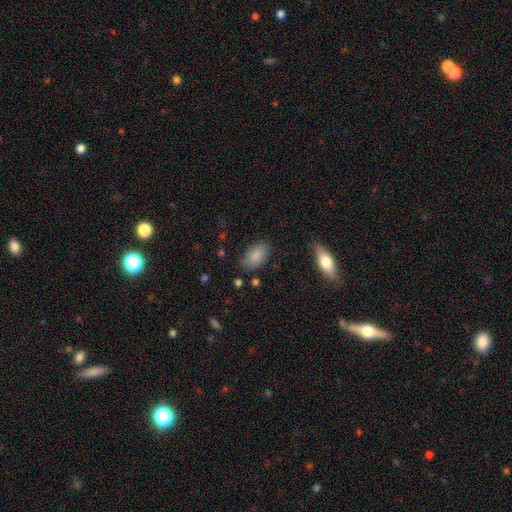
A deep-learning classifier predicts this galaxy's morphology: smooth 86%, star or artifact 7%, featured or disk 7%. Down the decision tree: how rounded — in between (93%); merging — none (80%).